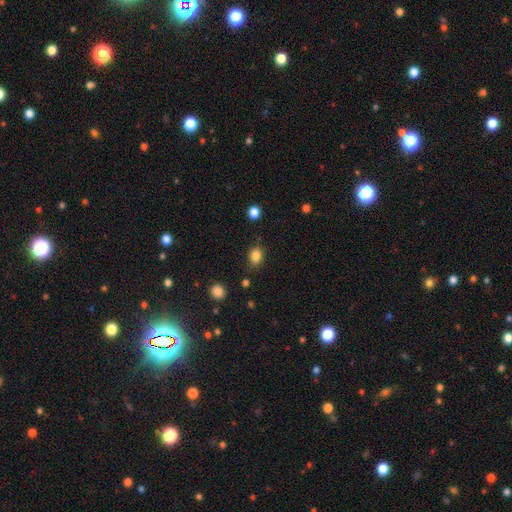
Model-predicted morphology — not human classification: Overall: smooth (84%). How rounded: in between (58%; round 40%). Merging: none (76%).